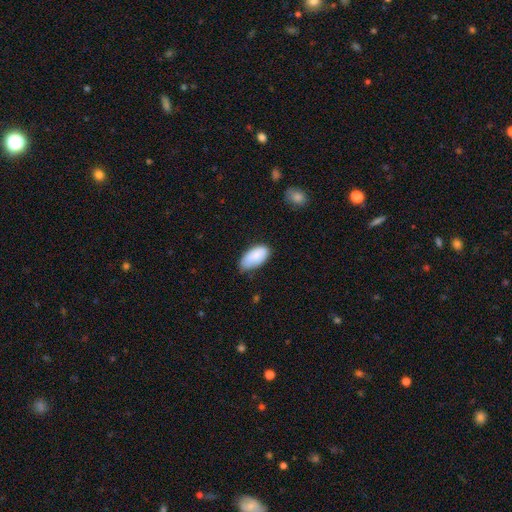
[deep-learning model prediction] Overall: smooth (86%). How rounded: in between (94%). Merging: none (58%; minor disturbance 34%).